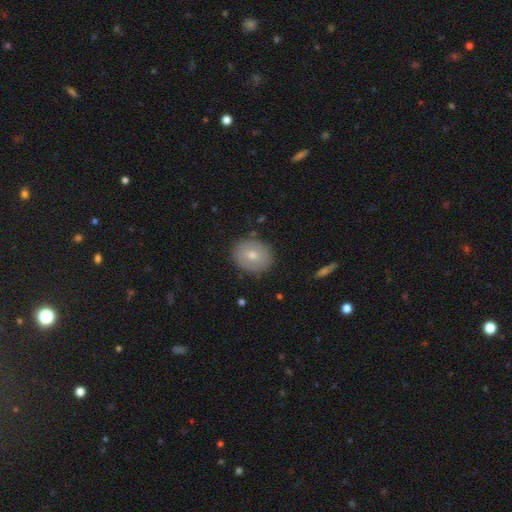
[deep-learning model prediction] Smooth or featured? smooth (59%)
How rounded? round (71%)
Merging? none (87%)